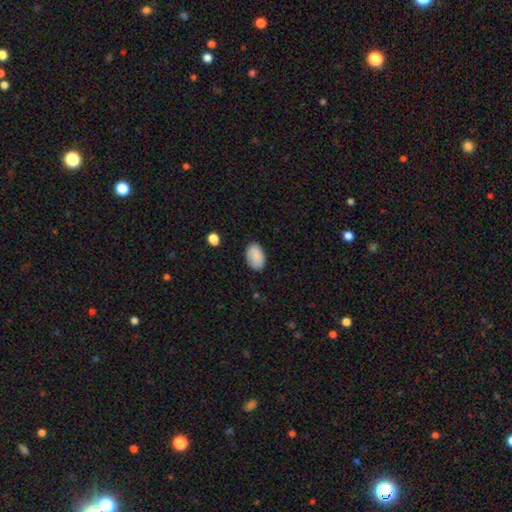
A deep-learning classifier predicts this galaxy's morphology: This appears to be a smooth galaxy with no disk features (86%) that is in between round and cigar-shaped (90%). Merging: none (83%).